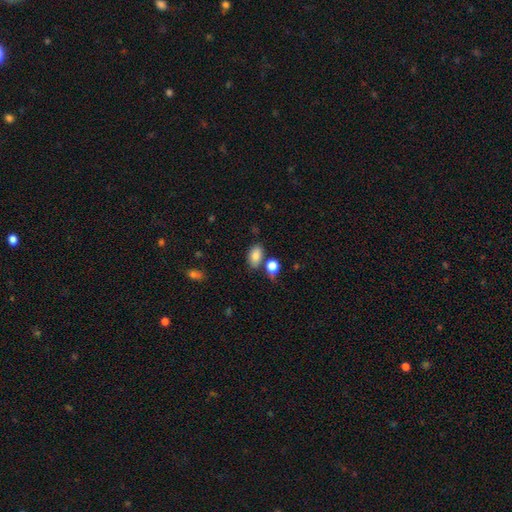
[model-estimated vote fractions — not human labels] smooth_or_featured: smooth (p=0.83) [alt: star or artifact p=0.09]
how_rounded: in between (p=0.88) [alt: round p=0.10]
merging: none (p=0.68) [alt: minor disturbance p=0.14]